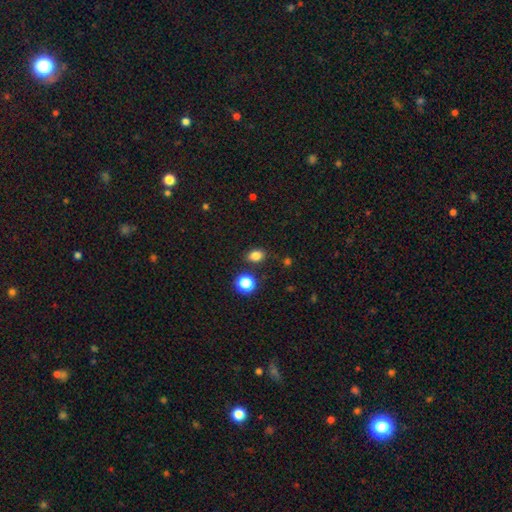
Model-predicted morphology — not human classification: A smooth galaxy with no disk features (82%) that is in between round and cigar-shaped (62%). Merging: none (83%).